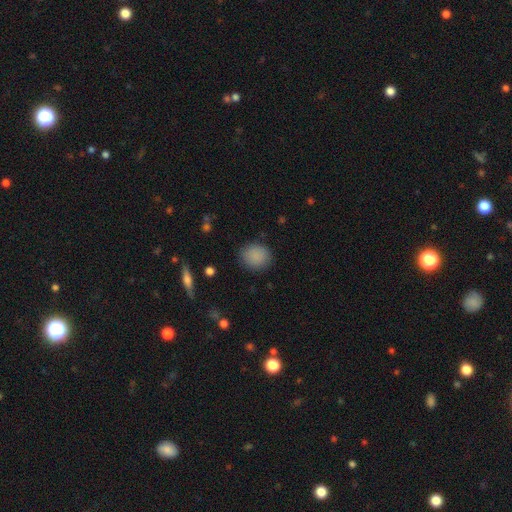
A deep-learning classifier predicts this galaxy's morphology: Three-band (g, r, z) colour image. It shows a smooth galaxy with no disk features (87%) that is round (75%). Merging: none (87%).